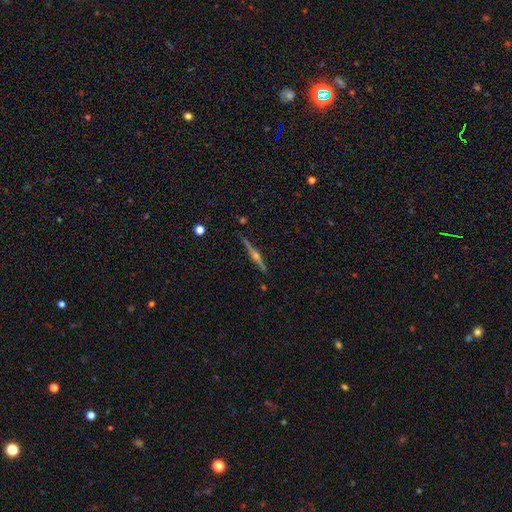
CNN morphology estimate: Smooth or featured?
  - featured or disk: 83% *
  - smooth: 10%
  - star or artifact: 6%
Edge-on disk?
  - yes: 98% *
  - no: 2%
Edge-on bulge?
  - rounded: 93% *
  - boxy: 4%
  - none: 3%
Merging?
  - none: 88% *
  - minor disturbance: 8%
  - merger: 2%
  - major disturbance: 2%